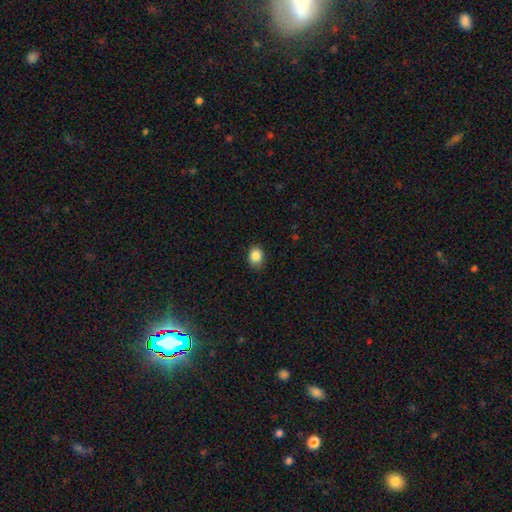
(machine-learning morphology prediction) smooth_or_featured: smooth (p=0.87) [alt: star or artifact p=0.09]
how_rounded: round (p=0.52) [alt: in between p=0.47]
merging: none (p=0.81) [alt: minor disturbance p=0.15]